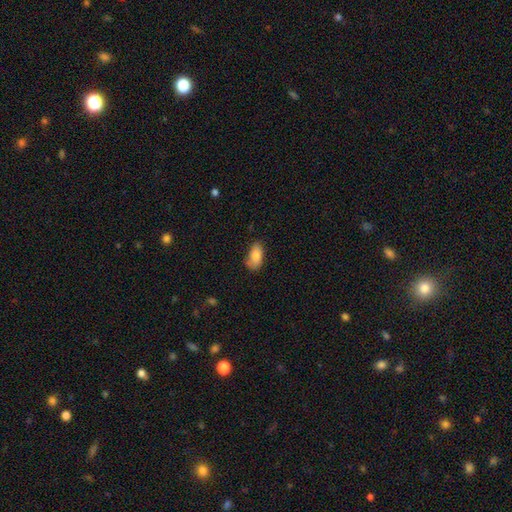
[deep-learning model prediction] This appears to be a smooth galaxy with no disk features (84%) that is in between round and cigar-shaped (91%). Merging: none (62%).